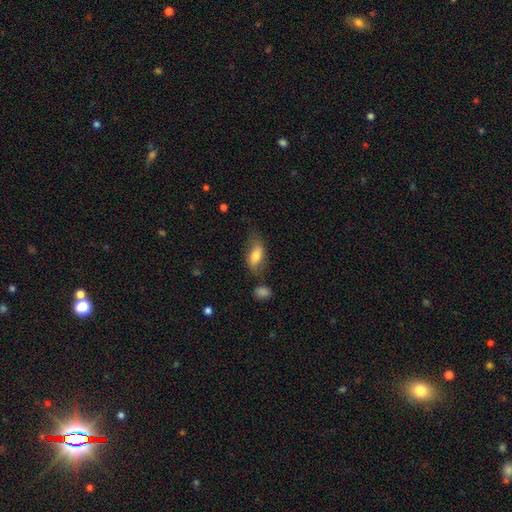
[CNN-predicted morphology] Smooth or featured: smooth — 68% (featured or disk — 25%)
How rounded: in between — 86% (cigar-shaped — 9%)
Merging: none — 55% (minor disturbance — 26%)